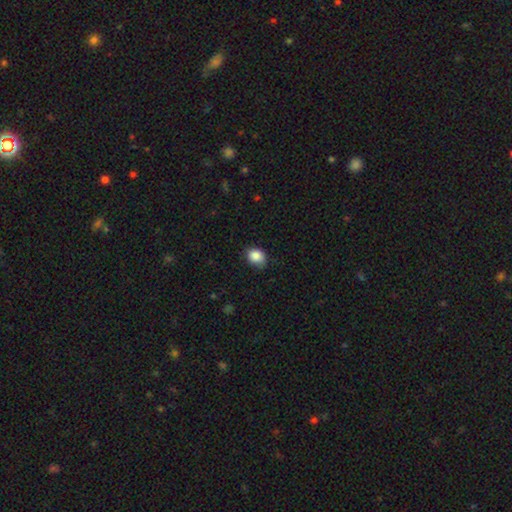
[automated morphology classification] smooth-or-featured: smooth: 88% | star or artifact: 9% | featured or disk: 4%
  how-rounded: in between: 51% | round: 48% | cigar-shaped: 1%
  merging: none: 74% | minor disturbance: 21% | major disturbance: 3% | merger: 1%